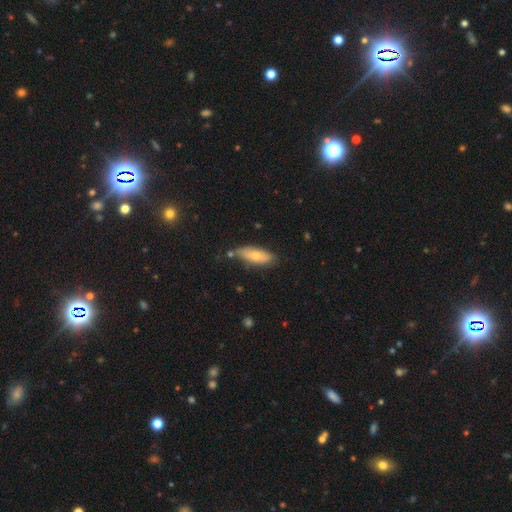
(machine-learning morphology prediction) This appears to be a smooth galaxy with no disk features (70%) that is in between round and cigar-shaped (68%). Merging: none (67%).